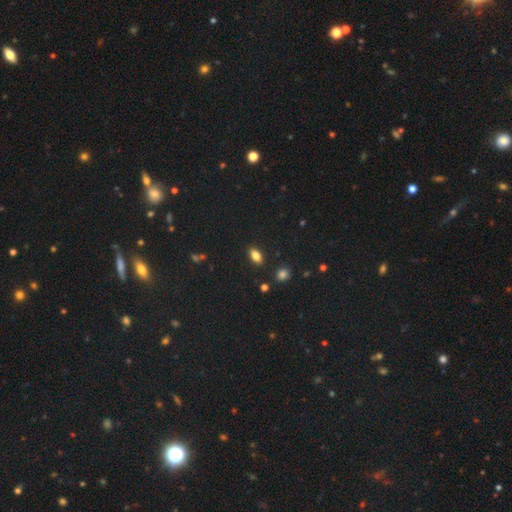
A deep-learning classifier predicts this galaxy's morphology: smooth 81%, star or artifact 11%, featured or disk 8%. Down the decision tree: how rounded — in between (87%); merging — none (87%).